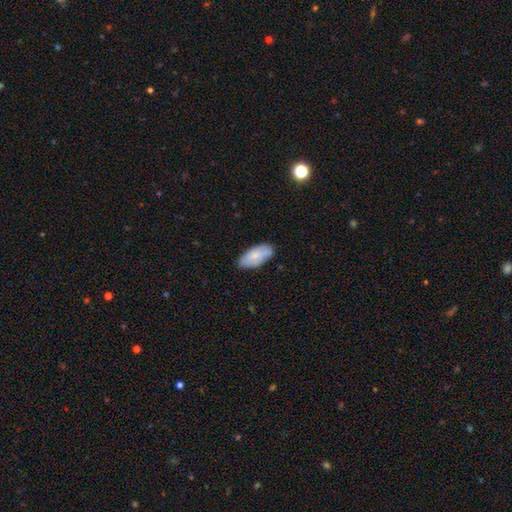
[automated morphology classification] Smooth or featured?
  - smooth: 75% *
  - featured or disk: 19%
  - star or artifact: 6%
How rounded?
  - in between: 91% *
  - cigar-shaped: 7%
  - round: 2%
Merging?
  - none: 78% *
  - minor disturbance: 18%
  - major disturbance: 3%
  - merger: 2%